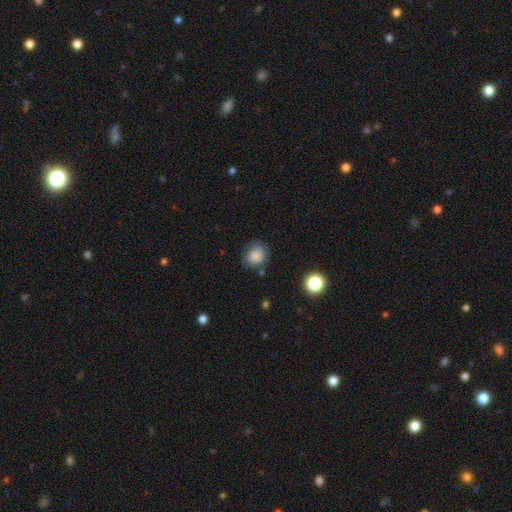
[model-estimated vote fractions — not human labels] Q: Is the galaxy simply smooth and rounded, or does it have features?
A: smooth — 81%.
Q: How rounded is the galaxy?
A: round — 72%.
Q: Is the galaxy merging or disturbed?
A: none — 69%.